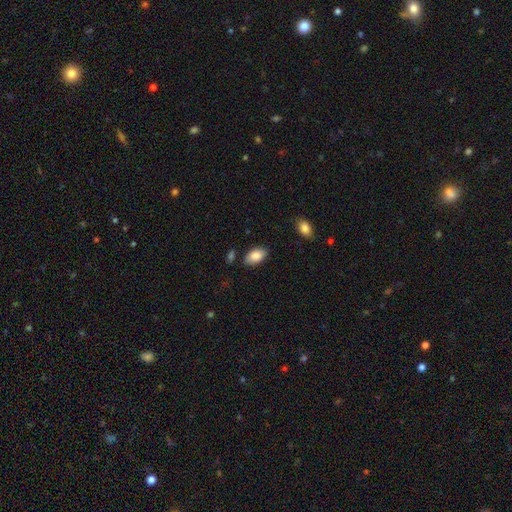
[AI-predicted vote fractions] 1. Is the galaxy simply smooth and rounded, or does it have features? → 86% smooth, 7% featured or disk, 7% star or artifact.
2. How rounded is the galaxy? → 94% in between, 5% round, 2% cigar-shaped.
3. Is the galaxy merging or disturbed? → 81% none, 13% minor disturbance, 3% merger, 3% major disturbance.